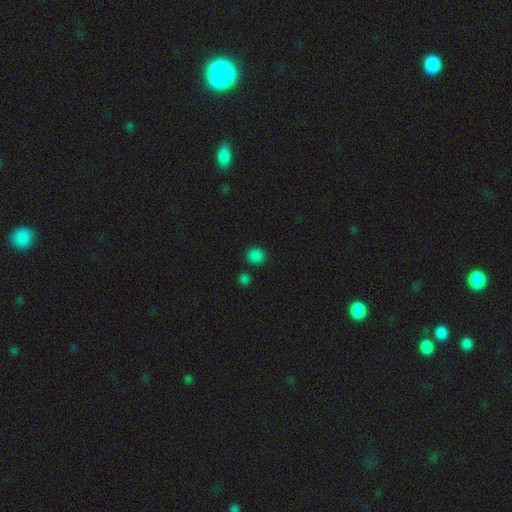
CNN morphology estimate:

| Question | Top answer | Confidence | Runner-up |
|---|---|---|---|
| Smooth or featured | smooth | 83% | star or artifact (14%) |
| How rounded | round | 88% | in between (11%) |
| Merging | none | 85% | minor disturbance (7%) |